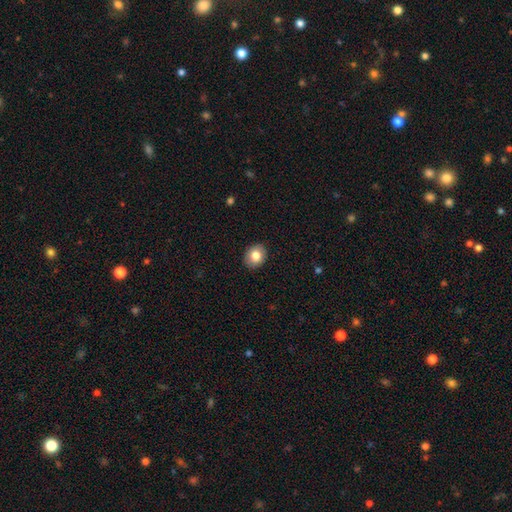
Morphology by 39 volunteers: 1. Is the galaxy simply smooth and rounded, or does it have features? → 79% smooth, 13% featured or disk, 8% star or artifact.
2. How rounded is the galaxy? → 65% in between, 35% round, 0% cigar-shaped.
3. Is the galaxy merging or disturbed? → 89% none, 8% minor disturbance, 3% merger, 0% major disturbance.